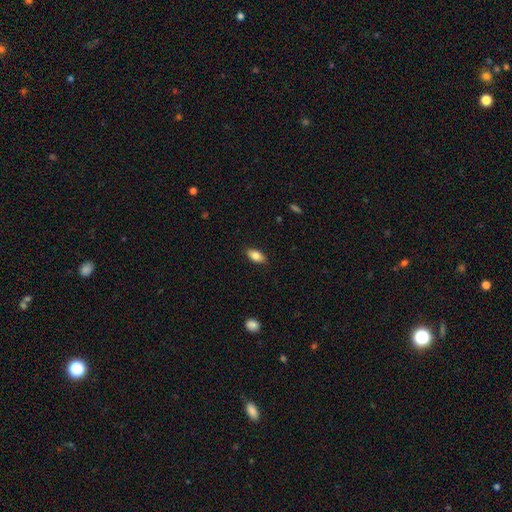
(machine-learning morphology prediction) Smooth or featured?
  - smooth: 81% *
  - featured or disk: 12%
  - star or artifact: 7%
How rounded?
  - in between: 90% *
  - round: 5%
  - cigar-shaped: 5%
Merging?
  - none: 86% *
  - minor disturbance: 11%
  - major disturbance: 2%
  - merger: 1%